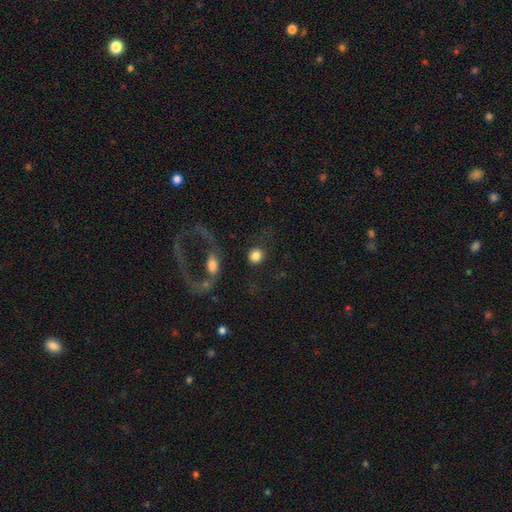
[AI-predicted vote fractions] Overall: smooth (81%). How rounded: round (84%). Merging: none (72%).